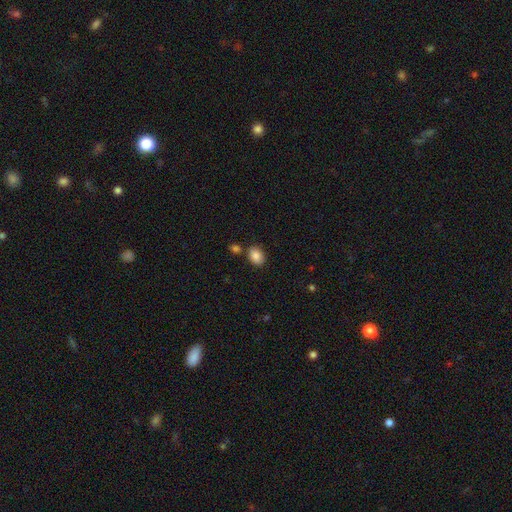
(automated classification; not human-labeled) smooth 87%, star or artifact 8%, featured or disk 5%. Down the decision tree: how rounded — in between (69%); merging — none (78%).